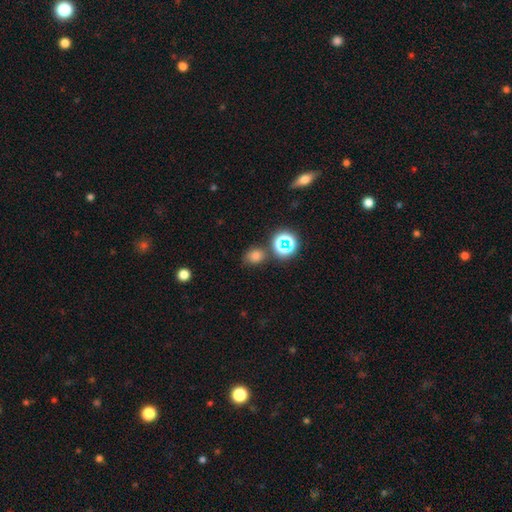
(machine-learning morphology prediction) Q: Smooth or featured?
A: smooth (70%); runner-up: star or artifact (23%)
Q: How rounded?
A: round (60%); runner-up: in between (38%)
Q: Merging?
A: none (74%); runner-up: minor disturbance (14%)